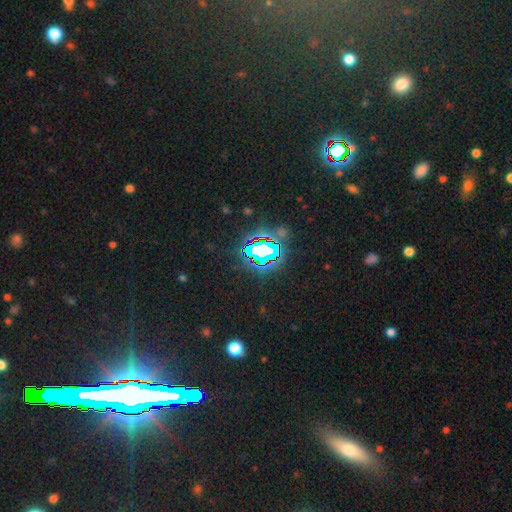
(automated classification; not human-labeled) star or artifact 80%, smooth 12%, featured or disk 8%.